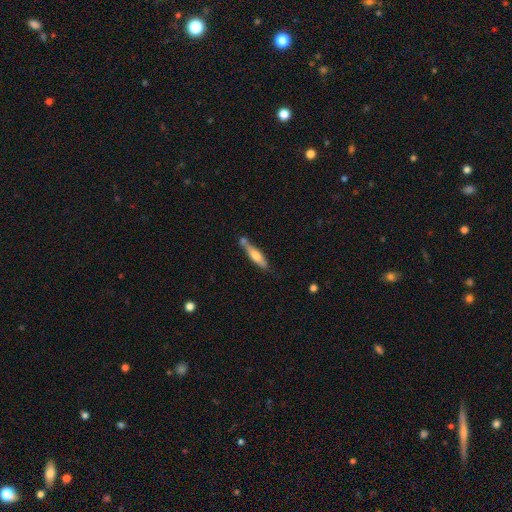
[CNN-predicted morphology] Overall: smooth (56%; featured or disk 38%). How rounded: cigar-shaped (80%). Merging: none (55%; merger 22%).